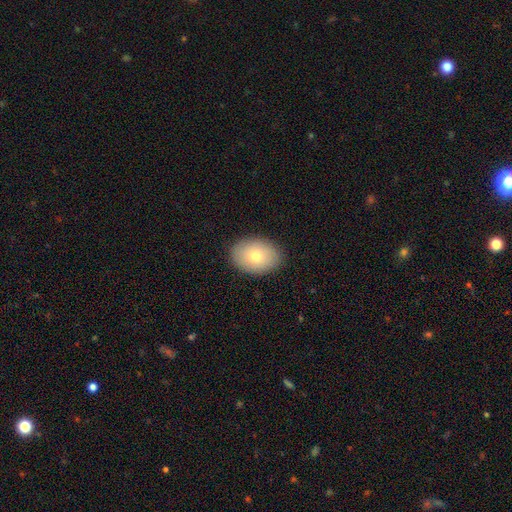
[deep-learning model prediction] Smooth or featured?
  - smooth: 79% *
  - featured or disk: 14%
  - star or artifact: 7%
How rounded?
  - in between: 81% *
  - round: 18%
  - cigar-shaped: 1%
Merging?
  - none: 88% *
  - minor disturbance: 9%
  - major disturbance: 2%
  - merger: 1%